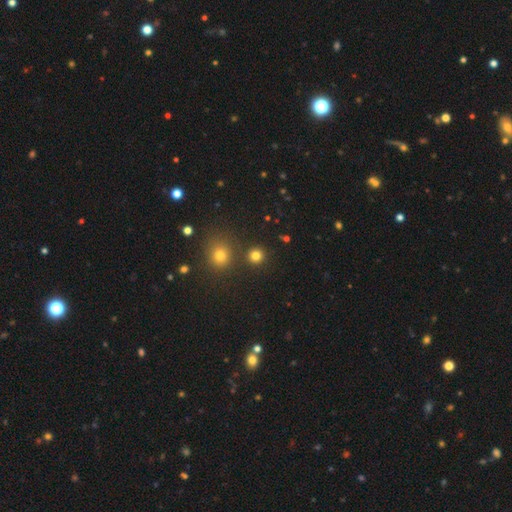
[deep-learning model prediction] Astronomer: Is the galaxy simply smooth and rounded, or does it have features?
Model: smooth — 79%.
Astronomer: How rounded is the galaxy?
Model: round — 92%.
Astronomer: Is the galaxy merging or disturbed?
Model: none — 86%.